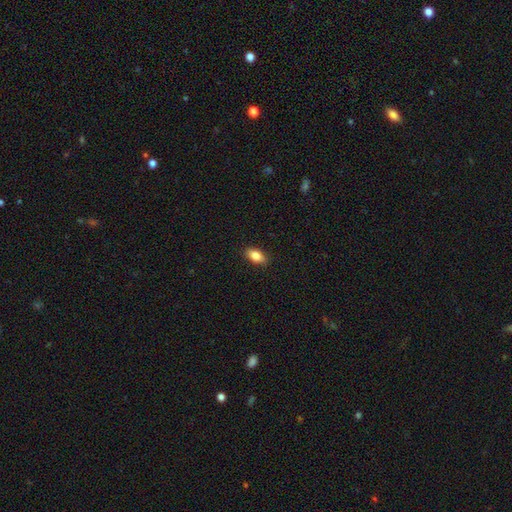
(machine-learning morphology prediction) smooth 84%, featured or disk 8%, star or artifact 8%. Down the decision tree: how rounded — in between (89%); merging — none (88%).